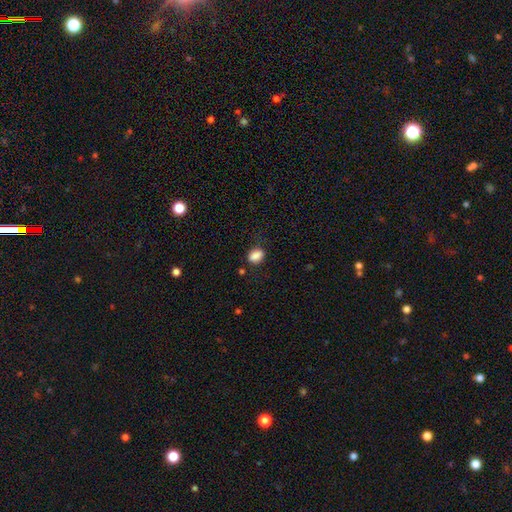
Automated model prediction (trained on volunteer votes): Smooth or featured? smooth (86%)
How rounded? in between (73%)
Merging? none (74%)